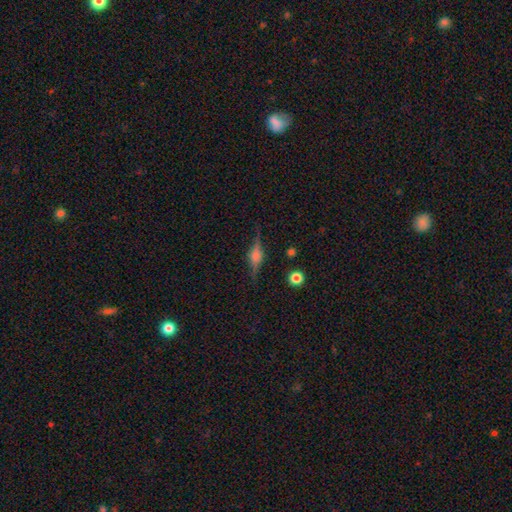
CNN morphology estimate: Q: Smooth or featured?
A: featured or disk (75%); runner-up: smooth (15%)
Q: Edge-on disk?
A: yes (97%); runner-up: no (3%)
Q: Edge-on bulge?
A: rounded (82%); runner-up: boxy (15%)
Q: Merging?
A: none (83%); runner-up: minor disturbance (12%)